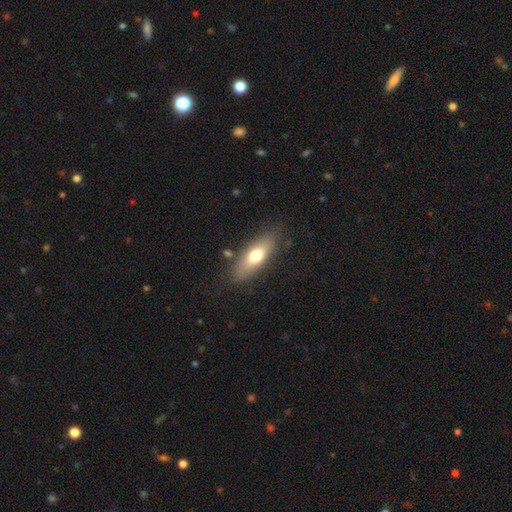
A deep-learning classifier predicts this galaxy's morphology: A smooth galaxy with no disk features (66%) that is in between round and cigar-shaped (61%).

Vote fractions:
- Smooth or featured? smooth: 66% / featured or disk: 27% / star or artifact: 7%
- How rounded? in between: 61% / cigar-shaped: 36% / round: 3%
- Merging? none: 81% / minor disturbance: 12% / major disturbance: 3% / merger: 3%